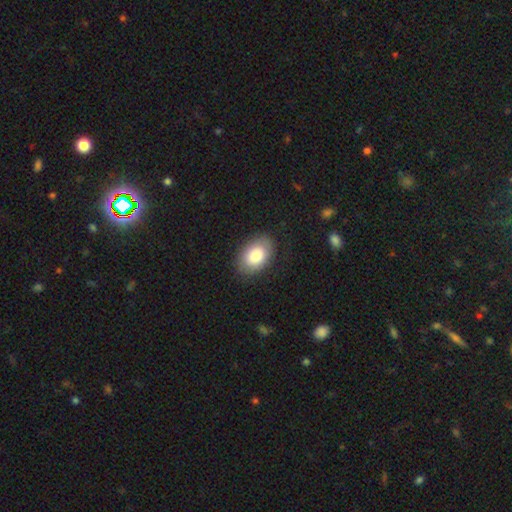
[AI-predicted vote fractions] smooth_or_featured: smooth (p=0.82) [alt: featured or disk p=0.11]
how_rounded: in between (p=0.87) [alt: round p=0.12]
merging: none (p=0.84) [alt: minor disturbance p=0.12]